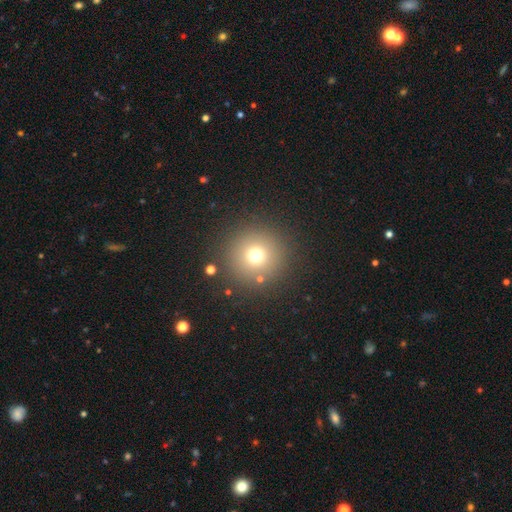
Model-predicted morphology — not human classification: Smooth or featured?
  - smooth: 71% *
  - star or artifact: 18%
  - featured or disk: 11%
How rounded?
  - round: 96% *
  - in between: 3%
  - cigar-shaped: 1%
Merging?
  - none: 88% *
  - minor disturbance: 6%
  - major disturbance: 4%
  - merger: 3%